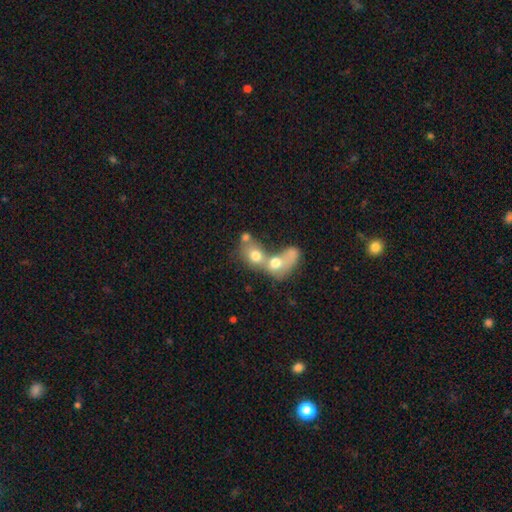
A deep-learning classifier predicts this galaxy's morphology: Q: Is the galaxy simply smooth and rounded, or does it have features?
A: smooth — 64%.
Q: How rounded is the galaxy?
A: in between — 52%.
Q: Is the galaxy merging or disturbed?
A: merger — 76%.